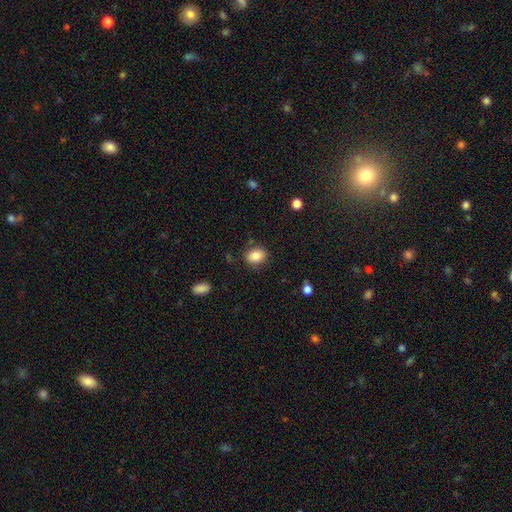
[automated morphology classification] Smooth or featured? Predicted: smooth (p=0.85). How rounded? Predicted: in between (p=0.63). Merging? Predicted: none (p=0.83).